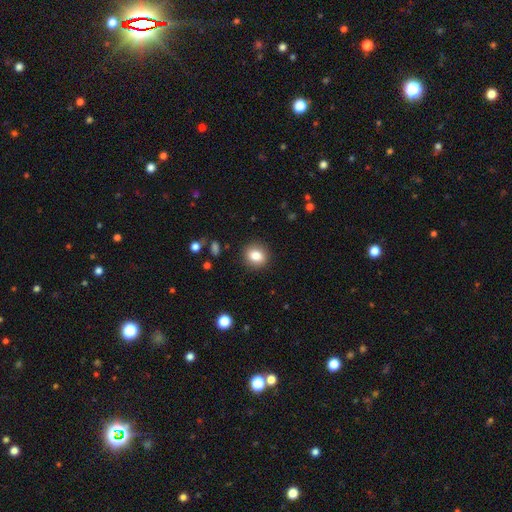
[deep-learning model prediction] Overall: smooth (83%). How rounded: round (70%). Merging: none (89%).